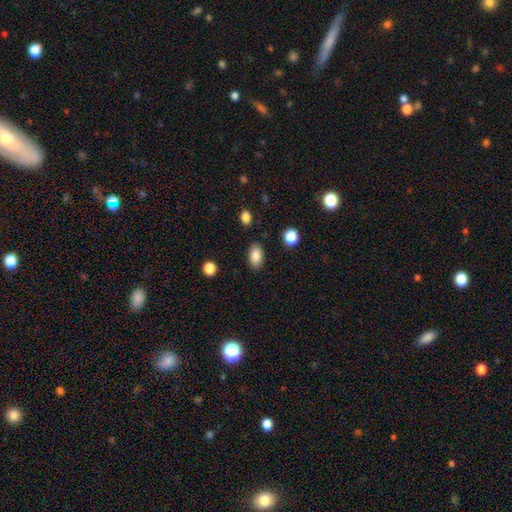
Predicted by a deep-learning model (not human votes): Overall: smooth (86%). How rounded: in between (90%). Merging: none (86%).